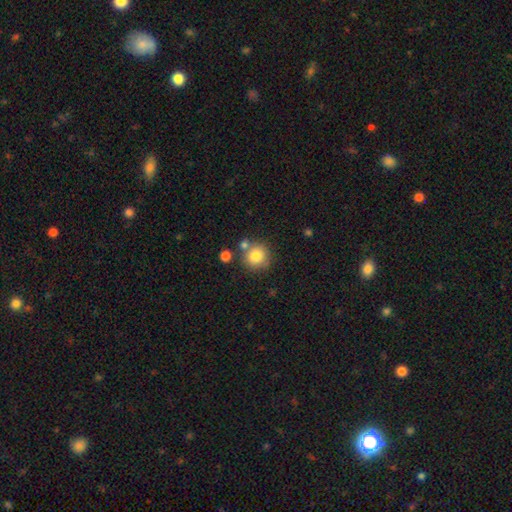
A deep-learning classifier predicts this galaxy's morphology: Q: Smooth or featured?
A: smooth (81%); runner-up: star or artifact (10%)
Q: How rounded?
A: round (91%); runner-up: in between (8%)
Q: Merging?
A: none (71%); runner-up: merger (15%)